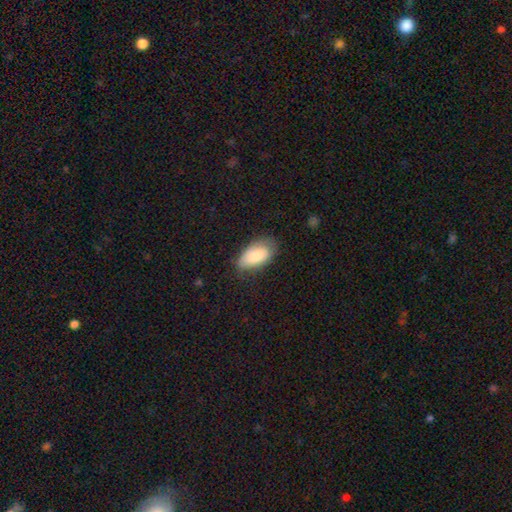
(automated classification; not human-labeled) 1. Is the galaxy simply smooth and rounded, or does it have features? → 80% smooth, 14% featured or disk, 6% star or artifact.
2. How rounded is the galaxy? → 94% in between, 3% cigar-shaped, 3% round.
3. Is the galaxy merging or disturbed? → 64% none, 28% minor disturbance, 7% major disturbance, 1% merger.